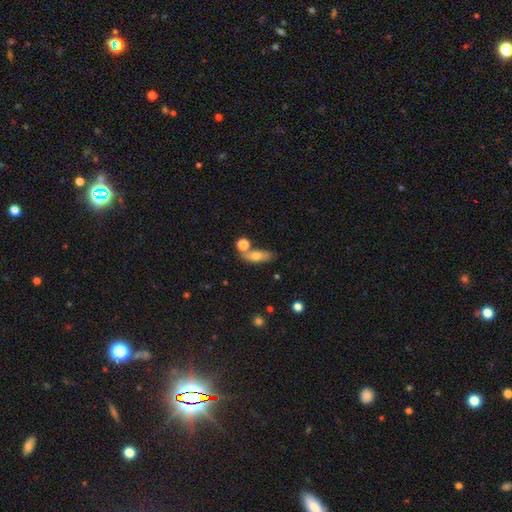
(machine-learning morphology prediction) A smooth galaxy with no disk features (68%) that is in between round and cigar-shaped (58%). Merging: none (60%).